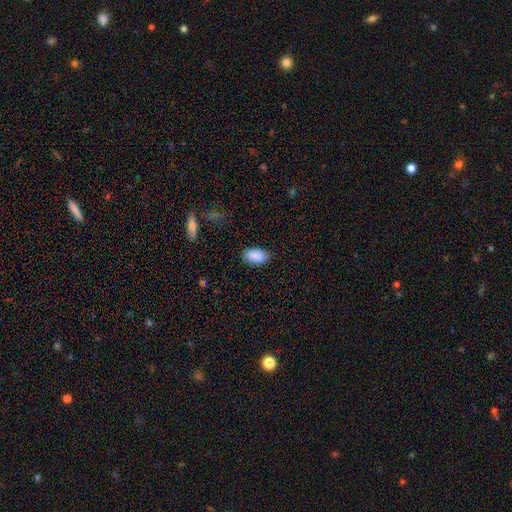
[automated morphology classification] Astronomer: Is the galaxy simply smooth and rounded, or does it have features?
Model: smooth — 89%.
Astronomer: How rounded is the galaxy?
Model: in between — 93%.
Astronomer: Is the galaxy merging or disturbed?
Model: none — 84%.